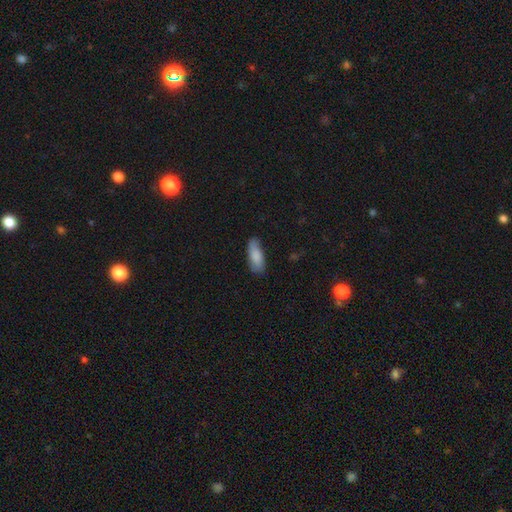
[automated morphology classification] Q: Smooth or featured?
A: smooth (83%); runner-up: featured or disk (11%)
Q: How rounded?
A: in between (74%); runner-up: cigar-shaped (24%)
Q: Merging?
A: none (73%); runner-up: minor disturbance (21%)